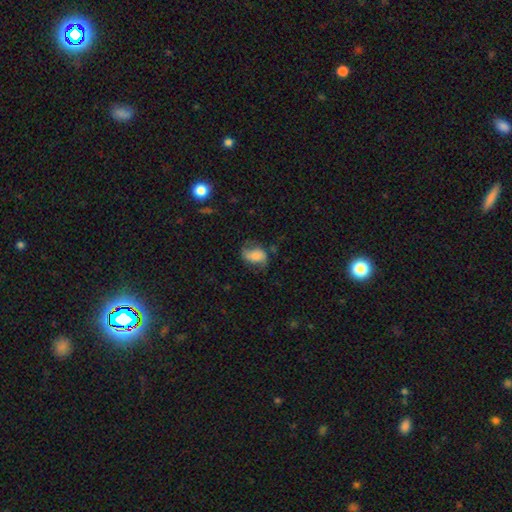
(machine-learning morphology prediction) A smooth galaxy with no disk features (53%) that is in between round and cigar-shaped (79%). Merging: none (54%).